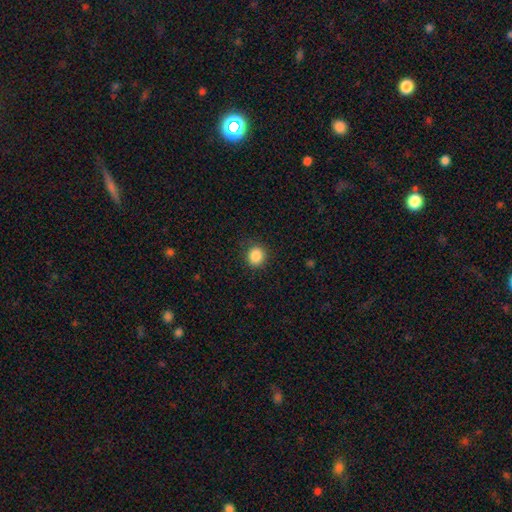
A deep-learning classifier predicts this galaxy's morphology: Smooth or featured? smooth (87%)
How rounded? round (82%)
Merging? none (87%)